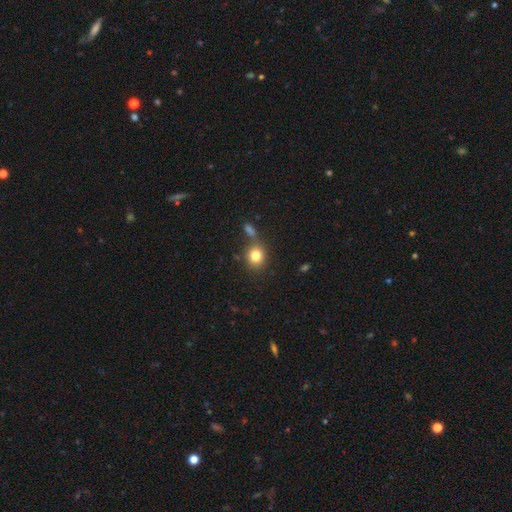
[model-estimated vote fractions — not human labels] Morphology: type=smooth (80%); roundness=round (74%); merging=none (67%).